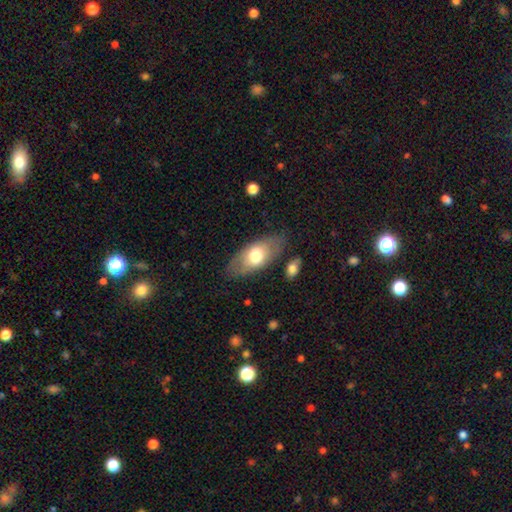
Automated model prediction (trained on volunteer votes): Morphology: type=smooth (64%); roundness=in between (89%); merging=none (77%).